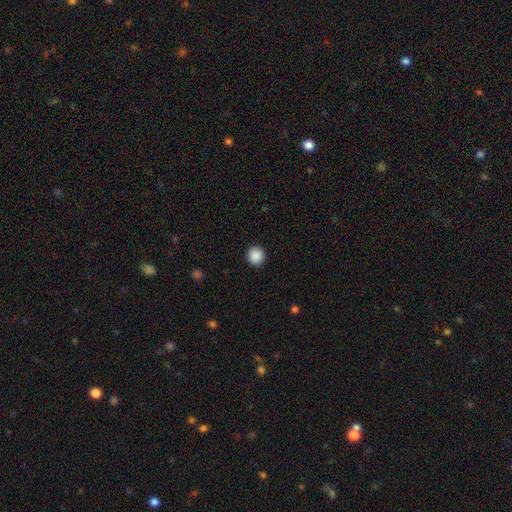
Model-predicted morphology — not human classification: type=smooth (89%); roundness=round (94%); merging=none (93%).